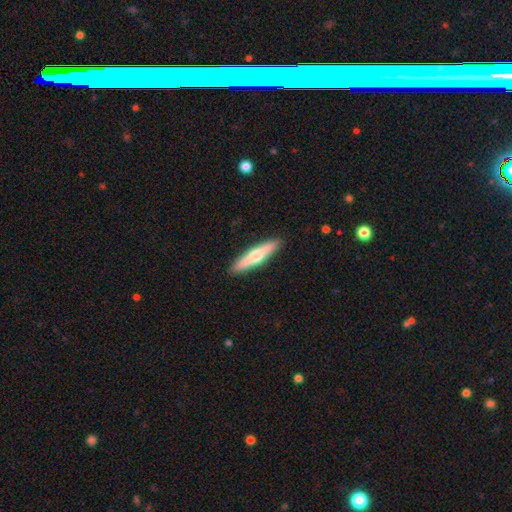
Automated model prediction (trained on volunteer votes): smooth-or-featured: smooth: 56% | featured or disk: 39% | star or artifact: 5%
  how-rounded: cigar-shaped: 86% | in between: 12% | round: 2%
  merging: none: 90% | minor disturbance: 7% | major disturbance: 2% | merger: 1%